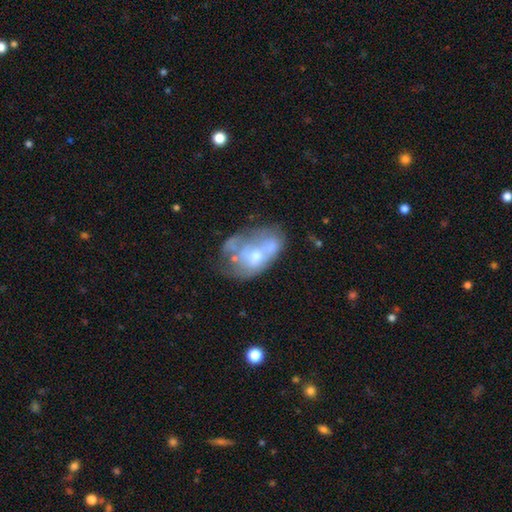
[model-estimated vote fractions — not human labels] Smooth or featured? featured or disk (58%)
Edge-on disk? no (96%)
Bar? no (85%)
Spiral arms? no (80%)
Bulge size? moderate (57%)
Merging? merger (29%)